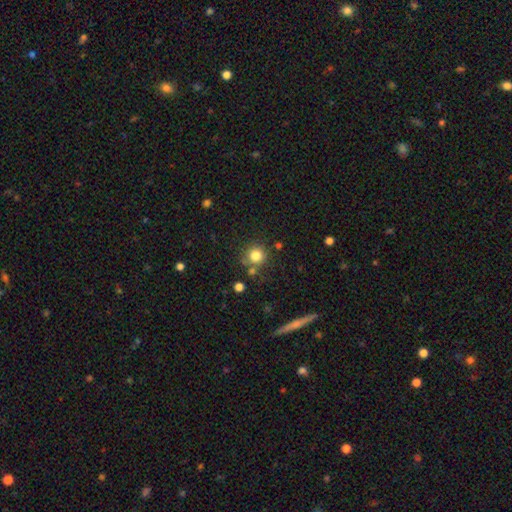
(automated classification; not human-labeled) A smooth galaxy with no disk features (81%) that is round (93%). Merging: none (77%).